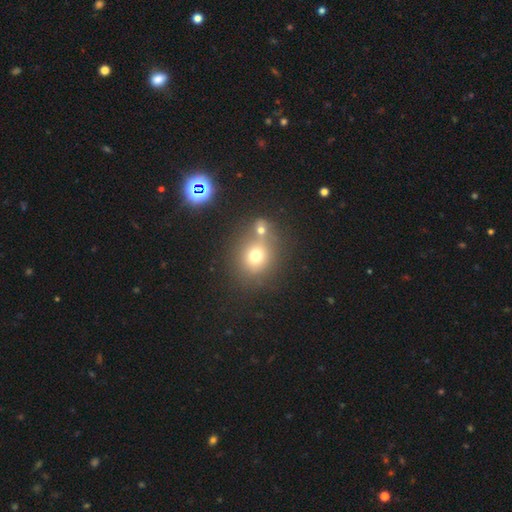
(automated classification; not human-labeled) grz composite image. It shows a smooth galaxy with no disk features (70%) that is round (77%). Merging: none (51%).